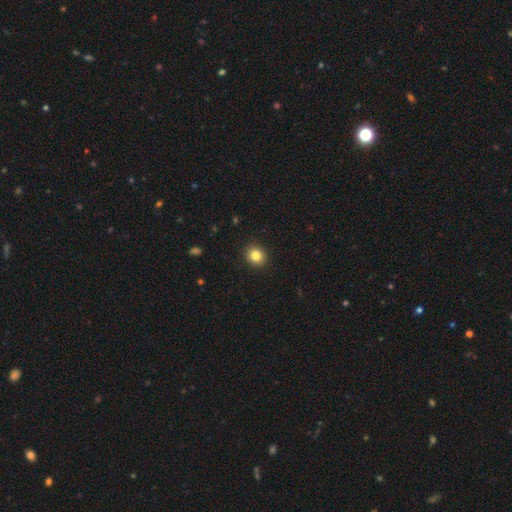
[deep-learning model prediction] A smooth galaxy with no disk features (83%) that is round (75%). Merging: none (91%).